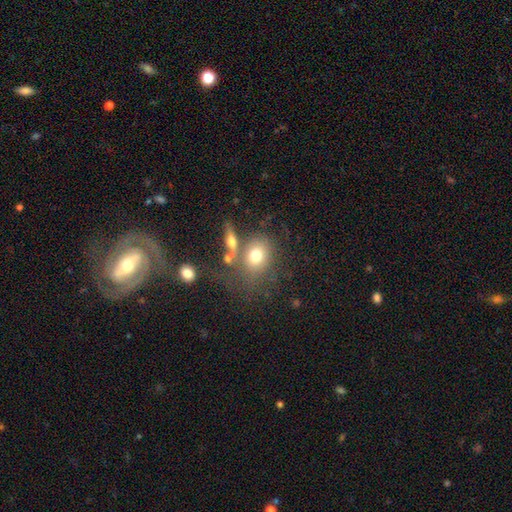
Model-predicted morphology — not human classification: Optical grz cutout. It shows a smooth galaxy with no disk features (71%) that is round (49%, tied with in between). Merging: none (55%).